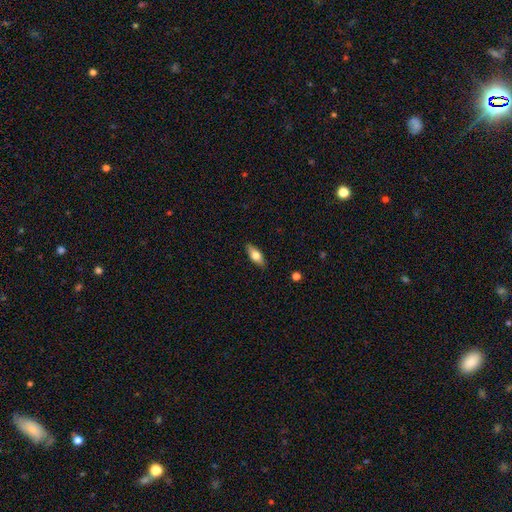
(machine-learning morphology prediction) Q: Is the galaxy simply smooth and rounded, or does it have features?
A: smooth — 67%.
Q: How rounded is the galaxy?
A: in between — 74%.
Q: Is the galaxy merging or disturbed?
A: none — 87%.